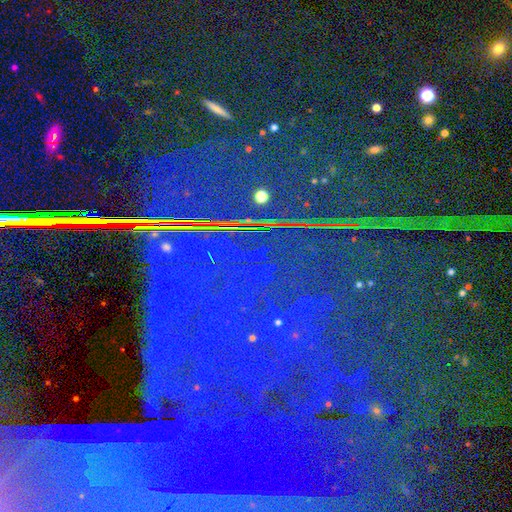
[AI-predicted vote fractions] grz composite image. It shows a star or artifact, not a galaxy (88%).